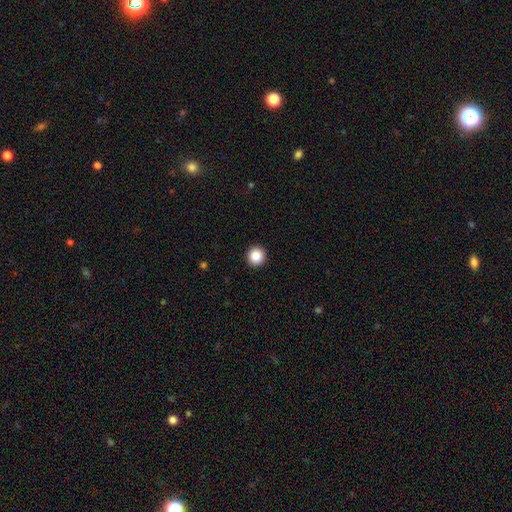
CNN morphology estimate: smooth_or_featured: smooth (p=0.87) [alt: star or artifact p=0.09]
how_rounded: round (p=0.95) [alt: in between p=0.04]
merging: none (p=0.94) [alt: minor disturbance p=0.04]